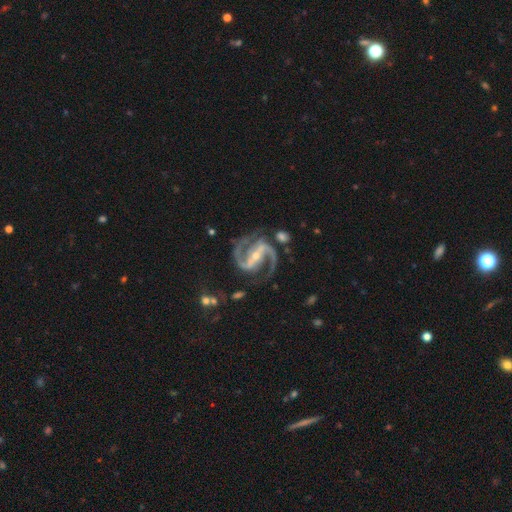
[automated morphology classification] This appears to be a featured or disk galaxy (93%) with a strong bar (71%), 2 (93%) medium (63%) spiral arms (98%) and a small central bulge (68%). Merging: none (74%).